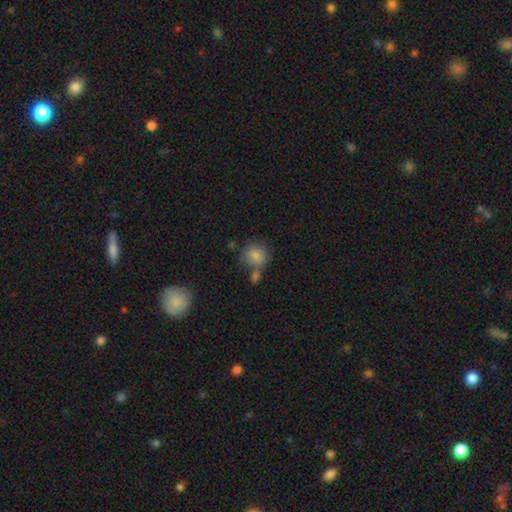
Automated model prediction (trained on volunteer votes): Overall: smooth (82%). How rounded: round (81%). Merging: none (52%; merger 27%).